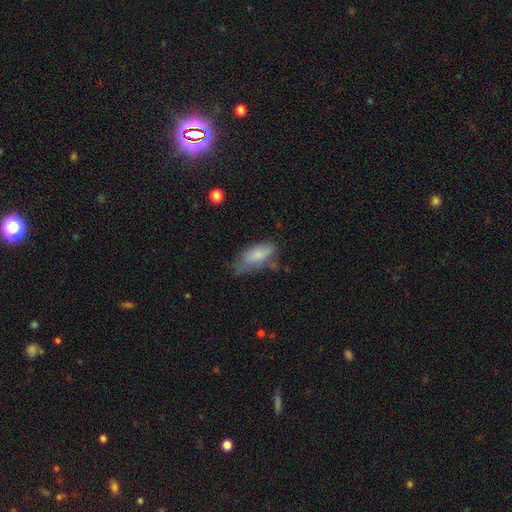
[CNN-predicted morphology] smooth-or-featured: smooth: 73% | featured or disk: 18% | star or artifact: 9%
  how-rounded: in between: 82% | cigar-shaped: 15% | round: 3%
  merging: none: 49% | minor disturbance: 34% | major disturbance: 13% | merger: 4%